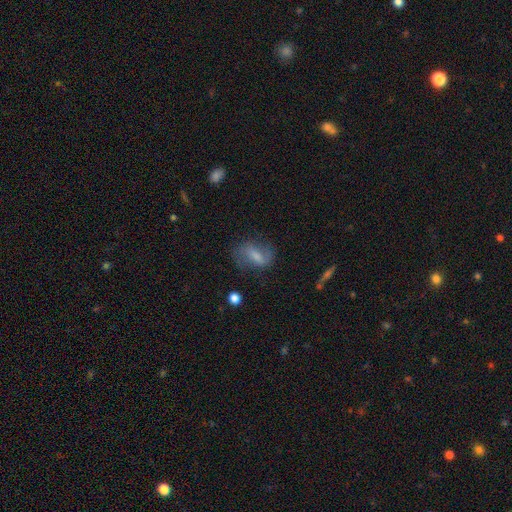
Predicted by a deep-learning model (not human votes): smooth-or-featured: featured or disk: 46% | smooth: 44% | star or artifact: 9%
  merging: none: 63% | minor disturbance: 22% | major disturbance: 13% | merger: 2%